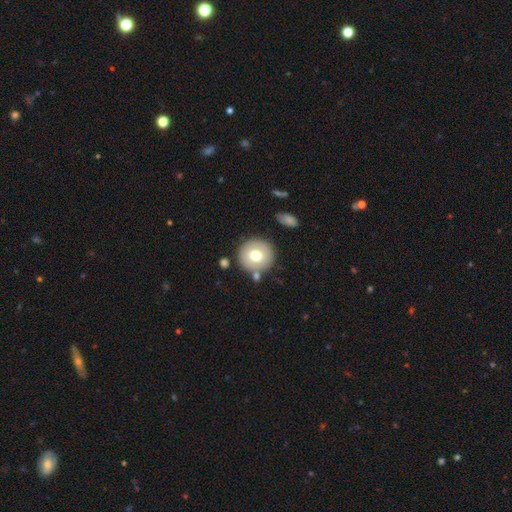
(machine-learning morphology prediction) Smooth or featured? smooth (71%)
How rounded? round (94%)
Merging? none (81%)